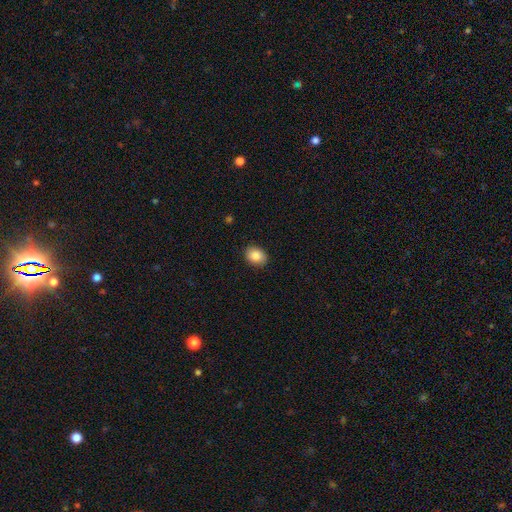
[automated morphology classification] A smooth galaxy with no disk features (87%) that is in between round and cigar-shaped (59%). Merging: none (85%).